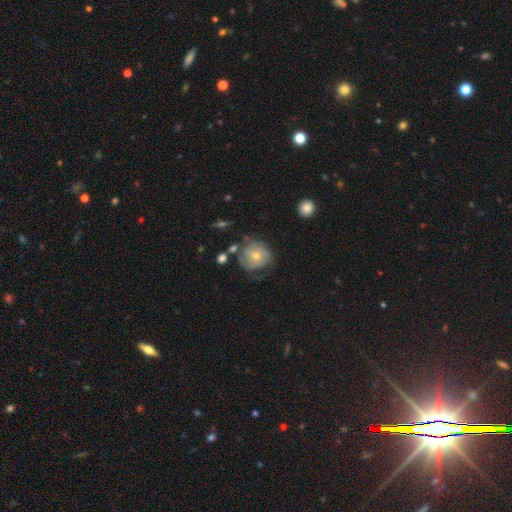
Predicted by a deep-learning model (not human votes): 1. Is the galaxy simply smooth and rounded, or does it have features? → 50% smooth, 42% featured or disk, 8% star or artifact.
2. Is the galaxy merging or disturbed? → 53% none, 27% minor disturbance, 15% major disturbance, 6% merger.